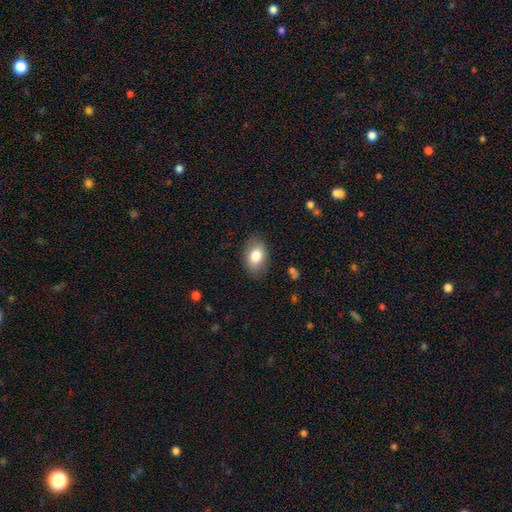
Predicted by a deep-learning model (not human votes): The model was most divided on "smooth or featured": smooth: 81%, featured or disk: 12%, star or artifact: 7%. More confident: how rounded — in between (86%); merging — none (83%).